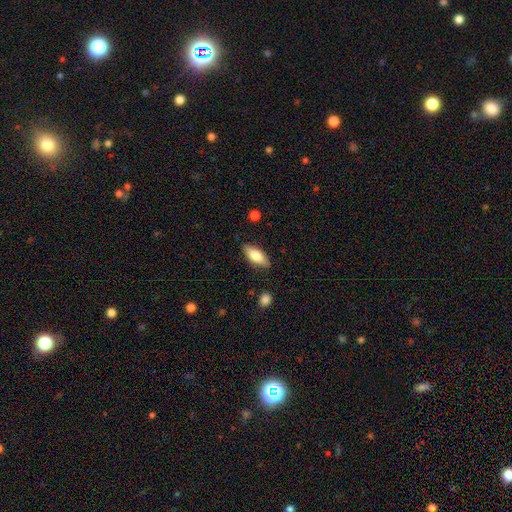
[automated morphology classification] smooth-or-featured: smooth: 73% | featured or disk: 21% | star or artifact: 6%
  how-rounded: in between: 76% | cigar-shaped: 22% | round: 2%
  merging: none: 83% | minor disturbance: 12% | major disturbance: 3% | merger: 2%